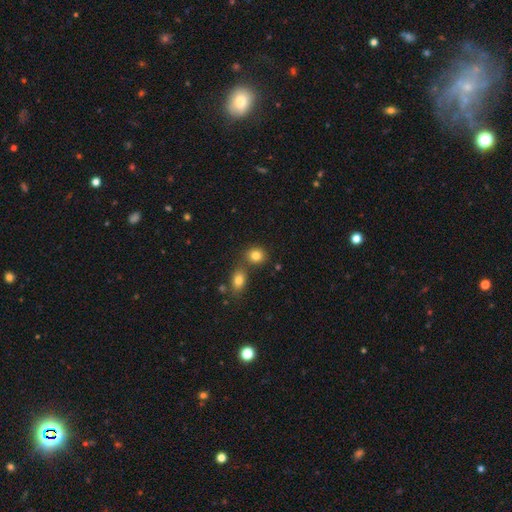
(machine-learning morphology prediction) Smooth or featured? smooth (82%)
How rounded? round (71%)
Merging? none (64%)